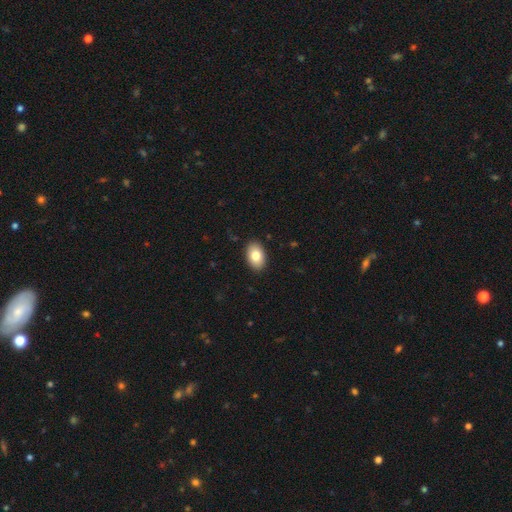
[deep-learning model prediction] This appears to be a smooth galaxy with no disk features (82%) that is in between round and cigar-shaped (89%). Merging: none (90%).